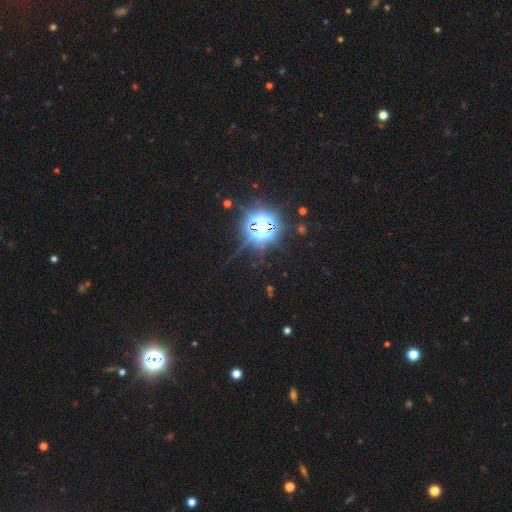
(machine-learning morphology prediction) Overall: star or artifact (82%).